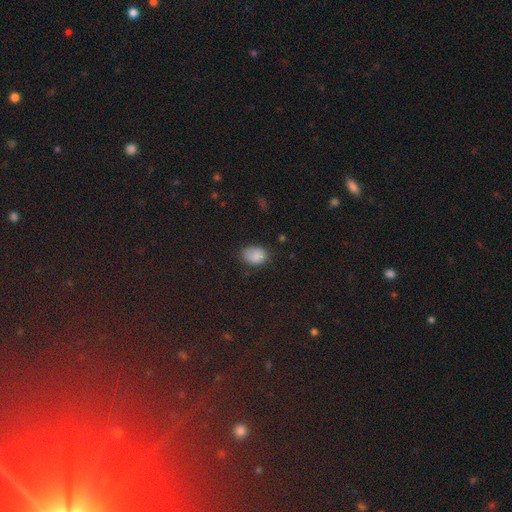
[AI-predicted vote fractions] Smooth or featured? Predicted: smooth (p=0.84). How rounded? Predicted: in between (p=0.81). Merging? Predicted: none (p=0.70).